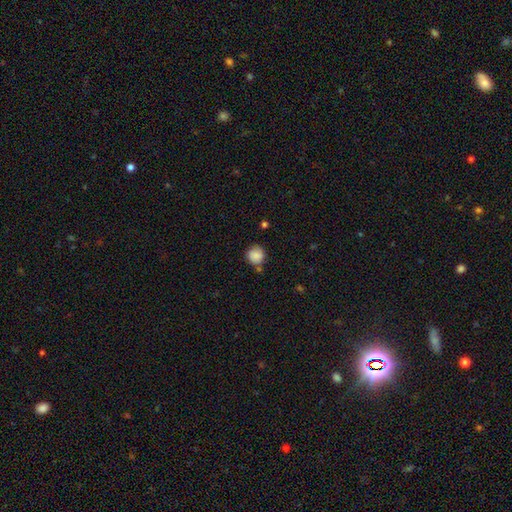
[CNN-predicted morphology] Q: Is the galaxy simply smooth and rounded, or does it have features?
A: smooth — 84%.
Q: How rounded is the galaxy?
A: round — 88%.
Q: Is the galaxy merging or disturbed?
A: none — 69%.